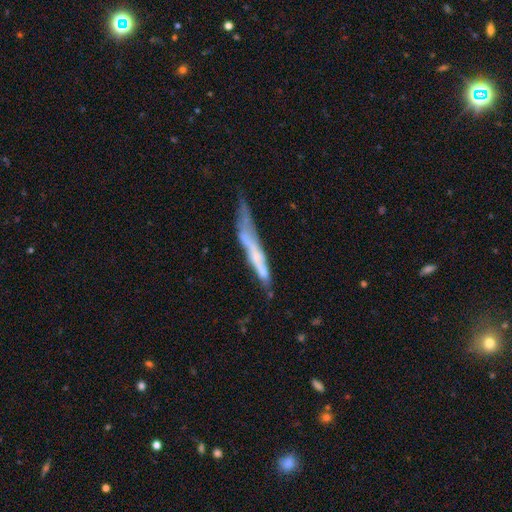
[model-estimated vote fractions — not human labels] Overall: featured or disk (52%; smooth 39%). Edge-on disk: yes (71%). Merging: none (38%; minor disturbance 29%).